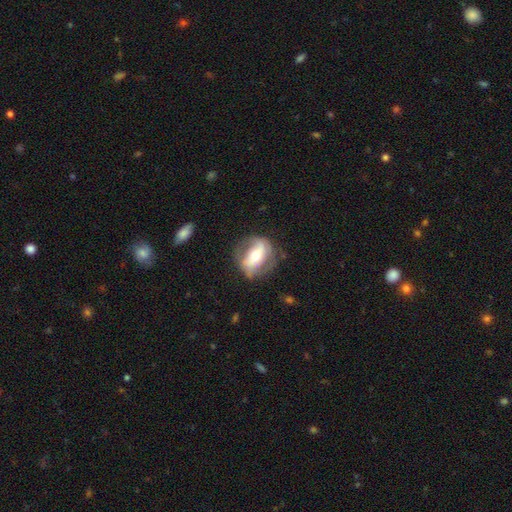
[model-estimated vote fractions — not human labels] smooth-or-featured: featured or disk: 62% | smooth: 32% | star or artifact: 6%
  disk-edge-on: no: 90% | yes: 10%
    bar: strong: 50% | no: 25% | weak: 25%
    has-spiral-arms: no: 51% | yes: 49%
    bulge-size: moderate: 66% | small: 20% | large: 11% | dominant: 1% | none: 1%
  merging: none: 66% | minor disturbance: 20% | major disturbance: 12% | merger: 2%